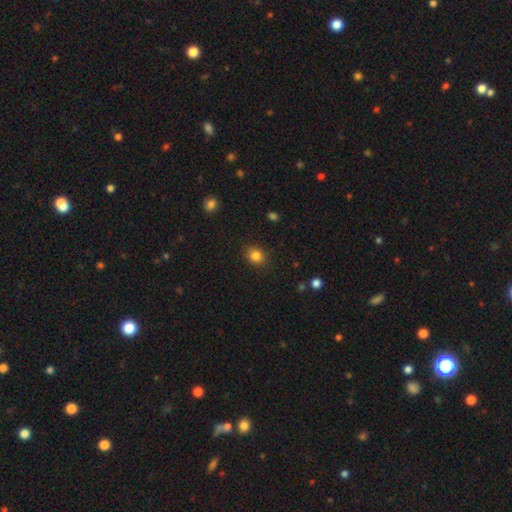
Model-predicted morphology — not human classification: A smooth galaxy with no disk features (84%) that is round (67%). Merging: none (88%).